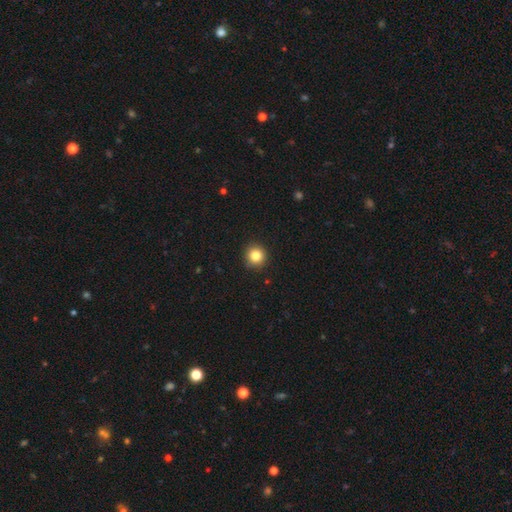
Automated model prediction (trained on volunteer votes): smooth 84%, star or artifact 11%, featured or disk 5%. Down the decision tree: how rounded — round (94%); merging — none (91%).